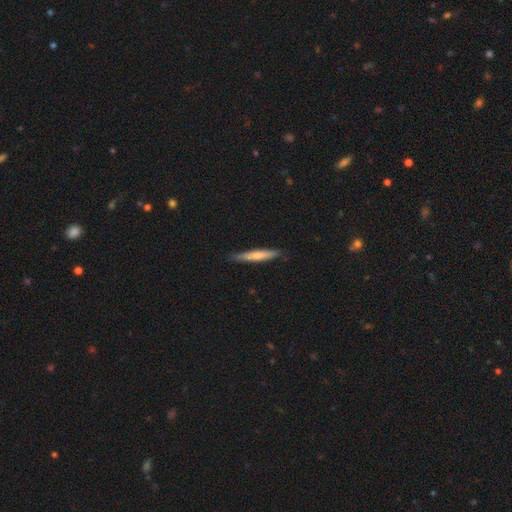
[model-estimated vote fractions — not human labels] Smooth or featured?
  - smooth: 52% *
  - featured or disk: 42%
  - star or artifact: 6%
How rounded?
  - cigar-shaped: 94% *
  - in between: 4%
  - round: 1%
Merging?
  - none: 88% *
  - minor disturbance: 10%
  - major disturbance: 2%
  - merger: 1%